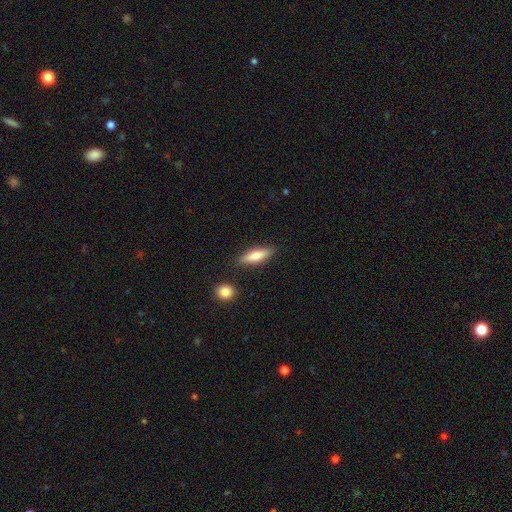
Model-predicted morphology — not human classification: Smooth or featured?
  - smooth: 72% *
  - featured or disk: 22%
  - star or artifact: 6%
How rounded?
  - cigar-shaped: 58% *
  - in between: 40%
  - round: 2%
Merging?
  - none: 84% *
  - minor disturbance: 10%
  - merger: 3%
  - major disturbance: 2%